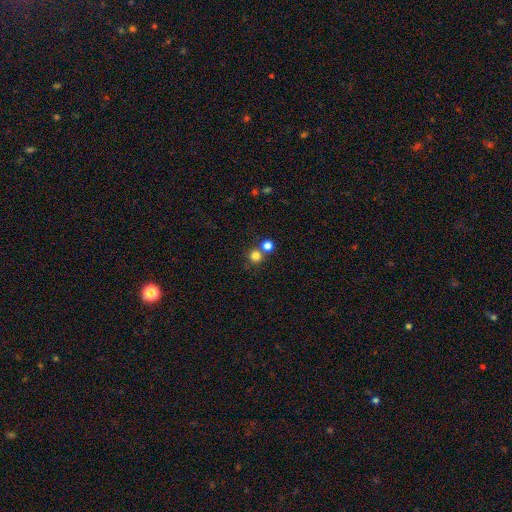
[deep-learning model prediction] smooth-or-featured: smooth: 79% | star or artifact: 14% | featured or disk: 7%
  how-rounded: round: 93% | in between: 6% | cigar-shaped: 1%
  merging: none: 63% | merger: 28% | minor disturbance: 6% | major disturbance: 3%